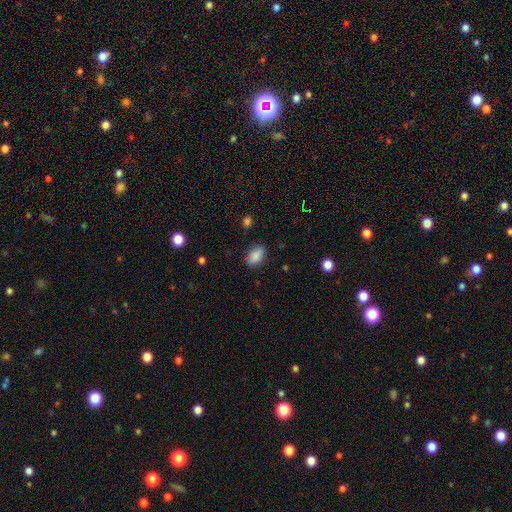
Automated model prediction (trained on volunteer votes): smooth 88%, star or artifact 8%, featured or disk 4%. Down the decision tree: how rounded — in between (89%); merging — none (84%).